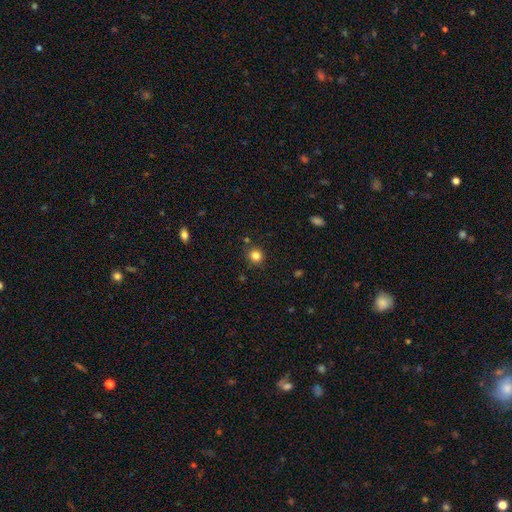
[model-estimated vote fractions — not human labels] Morphology: type=smooth (83%); roundness=round (90%); merging=none (86%).